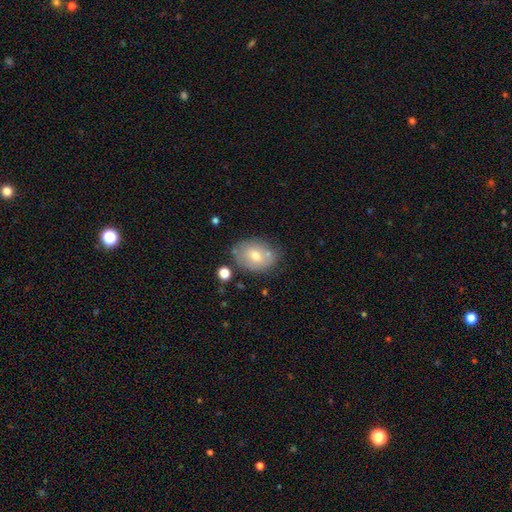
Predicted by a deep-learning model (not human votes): Smooth or featured? Predicted: smooth (p=0.64). How rounded? Predicted: in between (p=0.68). Merging? Predicted: none (p=0.66).